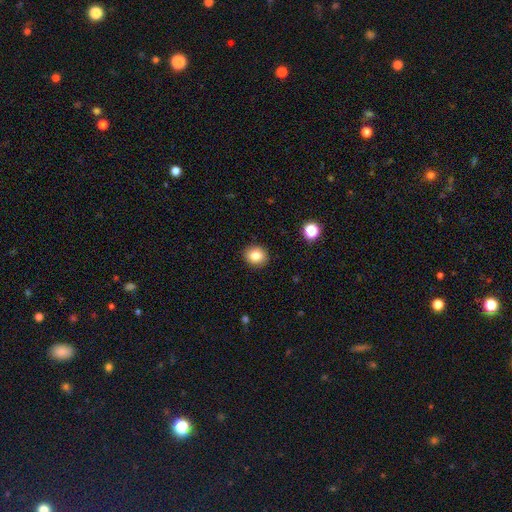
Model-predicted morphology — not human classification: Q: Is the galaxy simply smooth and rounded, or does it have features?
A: smooth — 83%.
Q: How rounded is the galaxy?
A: round — 75%.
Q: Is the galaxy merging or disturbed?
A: none — 91%.